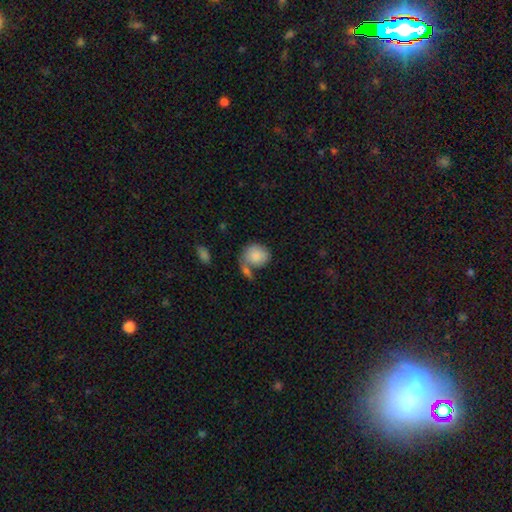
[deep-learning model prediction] smooth 82%, featured or disk 11%, star or artifact 6%. Down the decision tree: how rounded — round (71%); merging — none (43%).